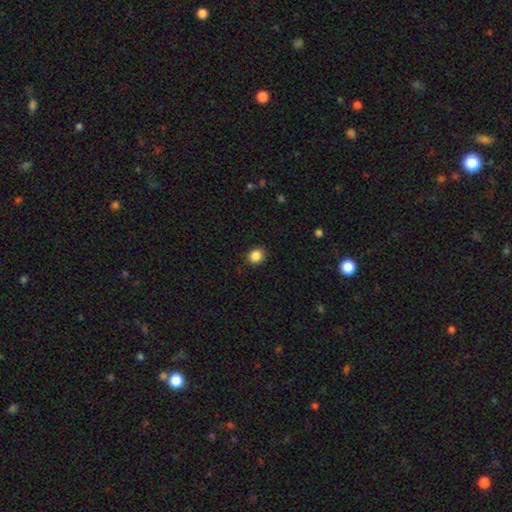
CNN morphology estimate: Overall: smooth (87%). How rounded: round (76%). Merging: none (89%).